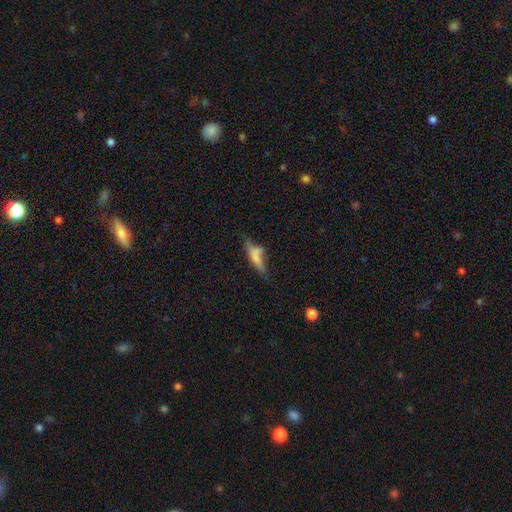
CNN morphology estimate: This appears to be a smooth galaxy with no disk features (58%) that is cigar-shaped (68%). Merging: none (40%).